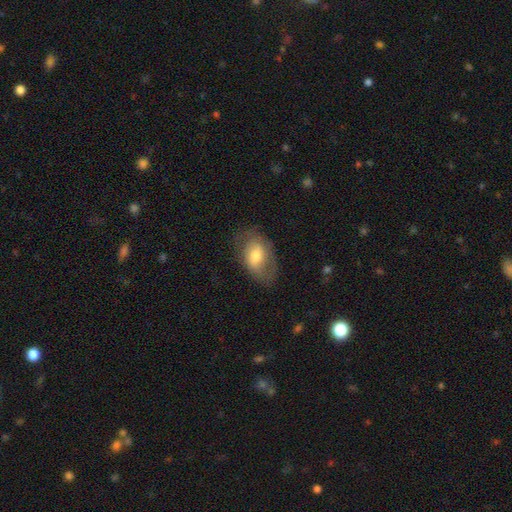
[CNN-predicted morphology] A smooth galaxy with no disk features (54%) that is in between round and cigar-shaped (85%).

Vote fractions:
- Smooth or featured? smooth: 54% / featured or disk: 38% / star or artifact: 8%
- How rounded? in between: 85% / round: 14% / cigar-shaped: 2%
- Merging? none: 65% / minor disturbance: 23% / major disturbance: 12% / merger: 1%